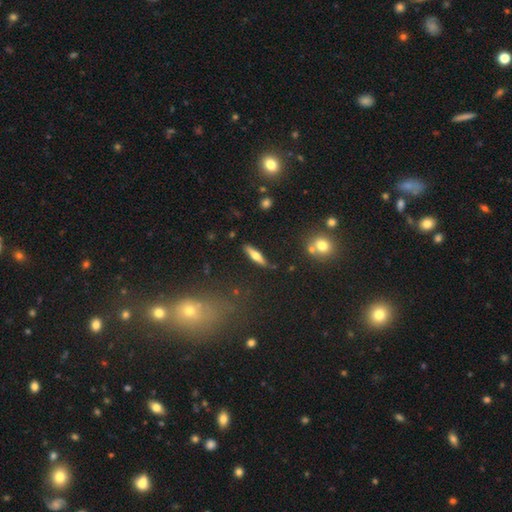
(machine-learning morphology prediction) A featured or disk galaxy (48%). Merging: none (85%).